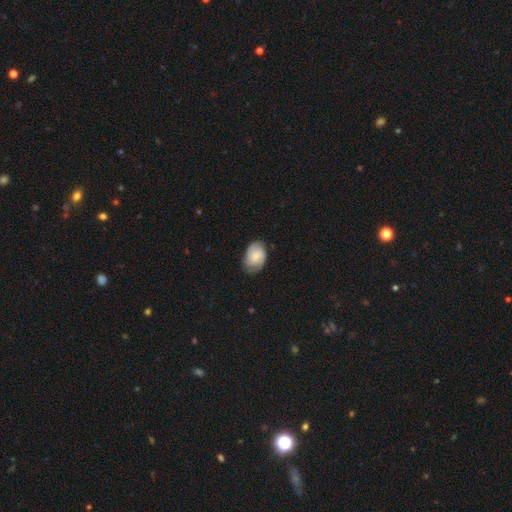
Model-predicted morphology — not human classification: A featured or disk galaxy (57%) with no bar (66%), 2 (45%) tight (53%) spiral arms (94%) and a small central bulge (53%).

Vote fractions:
- Smooth or featured? featured or disk: 57% / smooth: 35% / star or artifact: 7%
- Edge-on disk? no: 97% / yes: 3%
- Bar? no: 66% / weak: 30% / strong: 5%
- Spiral arms? yes: 94% / no: 6%
- Spiral winding? tight: 53% / medium: 36% / loose: 11%
- Spiral arm count? 2: 45% / 3: 23% / can't tell: 21% / 1: 4% / 4: 4% / more than 4: 3%
- Bulge size? small: 53% / moderate: 28% / none: 14% / large: 4% / dominant: 1%
- Merging? none: 72% / minor disturbance: 21% / major disturbance: 6% / merger: 1%